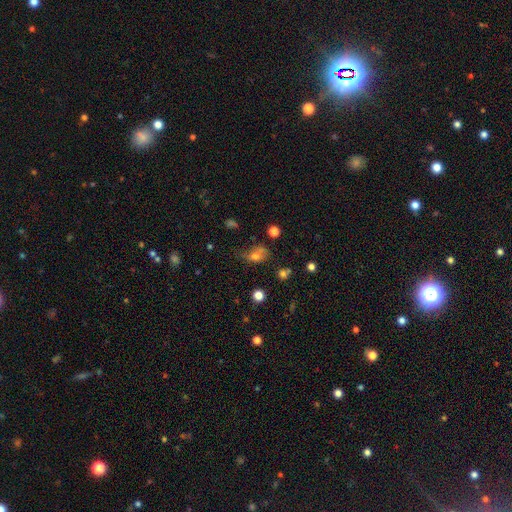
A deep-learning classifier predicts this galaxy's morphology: Smooth or featured: smooth — 66% (featured or disk — 19%)
How rounded: in between — 73% (round — 24%)
Merging: minor disturbance — 35% (none — 32%)